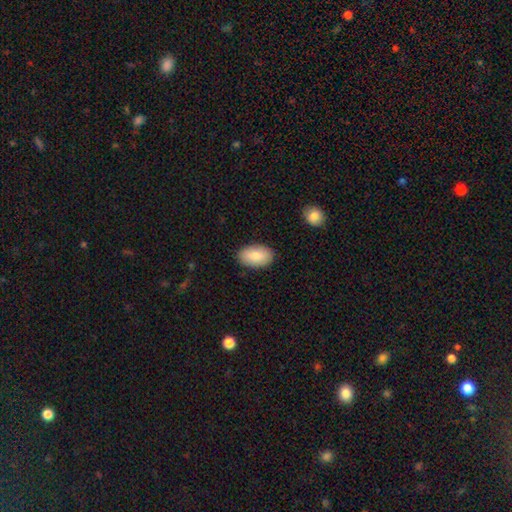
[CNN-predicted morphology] The model was most divided on "smooth or featured": smooth: 86%, featured or disk: 8%, star or artifact: 6%. More confident: how rounded — in between (94%); merging — none (87%).